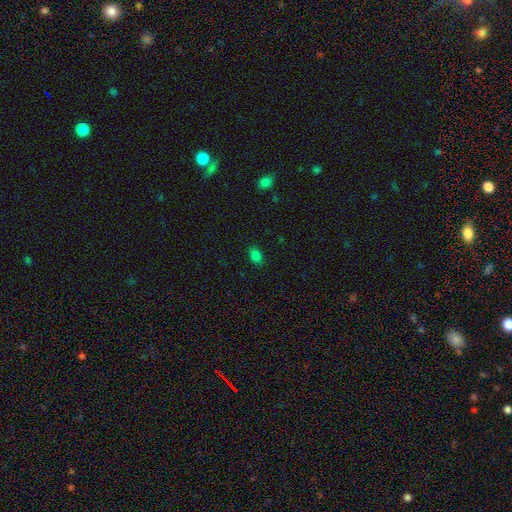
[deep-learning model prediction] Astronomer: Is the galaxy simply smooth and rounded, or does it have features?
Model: smooth — 81%.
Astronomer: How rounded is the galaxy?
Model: in between — 80%.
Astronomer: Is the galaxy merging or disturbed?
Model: none — 87%.